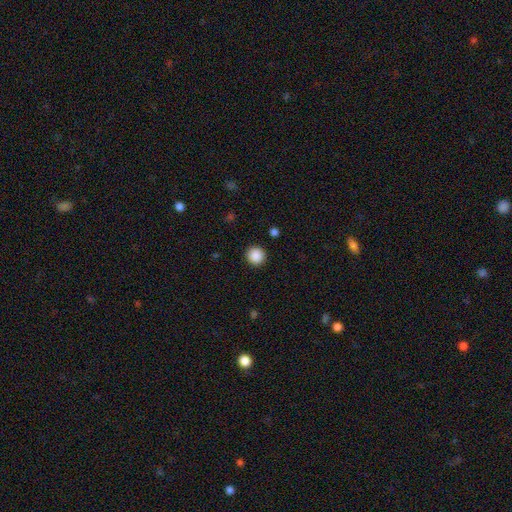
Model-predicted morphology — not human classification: smooth 88%, star or artifact 9%, featured or disk 3%. Down the decision tree: how rounded — round (95%); merging — none (92%).